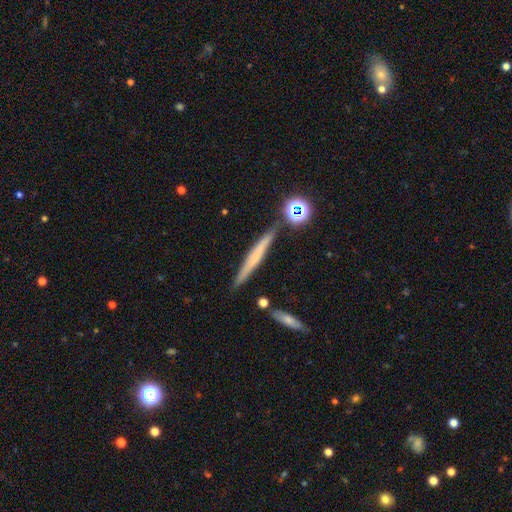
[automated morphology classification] Smooth or featured? Predicted: smooth (p=0.45). Merging? Predicted: none (p=0.85).